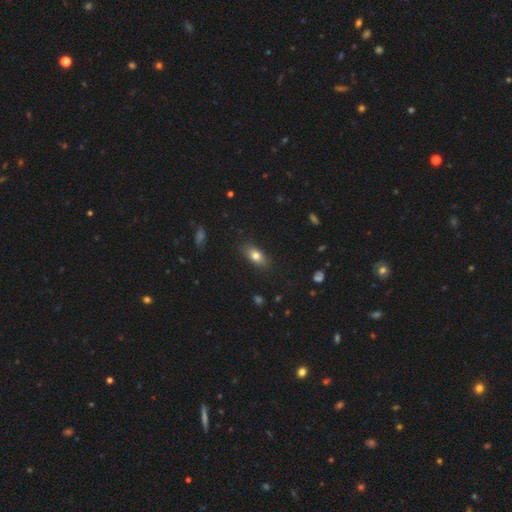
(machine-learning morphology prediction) A smooth galaxy with no disk features (77%) that is in between round and cigar-shaped (82%). Merging: none (85%).